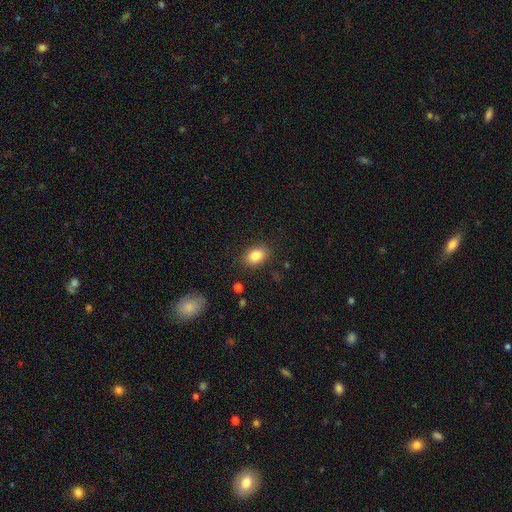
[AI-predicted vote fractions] A smooth galaxy with no disk features (84%) that is in between round and cigar-shaped (75%). Merging: none (84%).